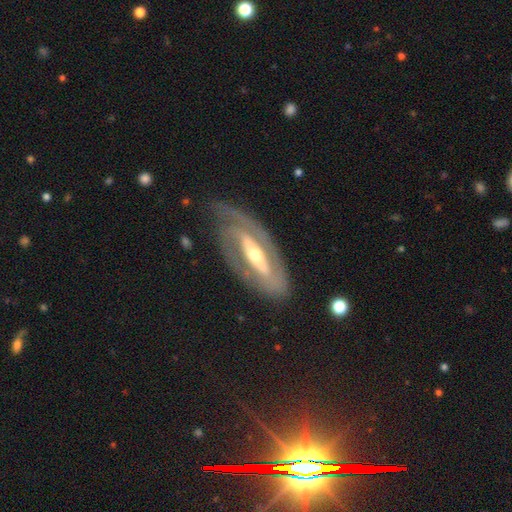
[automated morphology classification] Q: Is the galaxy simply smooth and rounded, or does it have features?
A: featured or disk — 85%.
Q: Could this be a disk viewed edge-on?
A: no — 87%.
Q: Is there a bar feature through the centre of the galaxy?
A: strong — 58%.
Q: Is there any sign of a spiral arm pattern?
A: yes — 83%.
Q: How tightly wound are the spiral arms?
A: tight — 53%.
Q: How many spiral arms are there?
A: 2 — 67%.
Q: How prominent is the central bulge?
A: moderate — 56%.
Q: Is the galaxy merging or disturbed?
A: none — 68%.